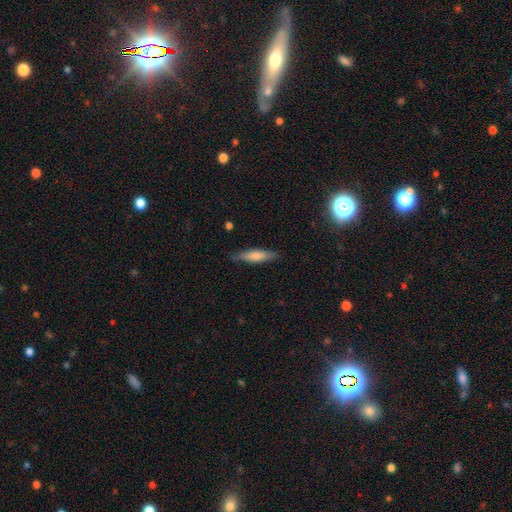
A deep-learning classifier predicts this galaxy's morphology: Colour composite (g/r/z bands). It shows a smooth galaxy with no disk features (71%) that is cigar-shaped (76%). Merging: none (82%).